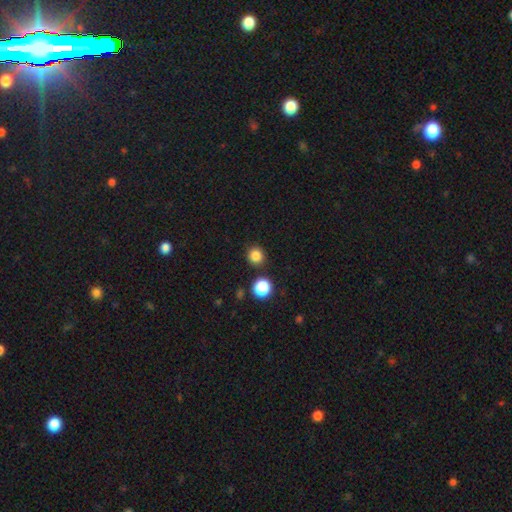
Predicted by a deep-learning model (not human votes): Smooth or featured? smooth (84%)
How rounded? round (91%)
Merging? none (87%)